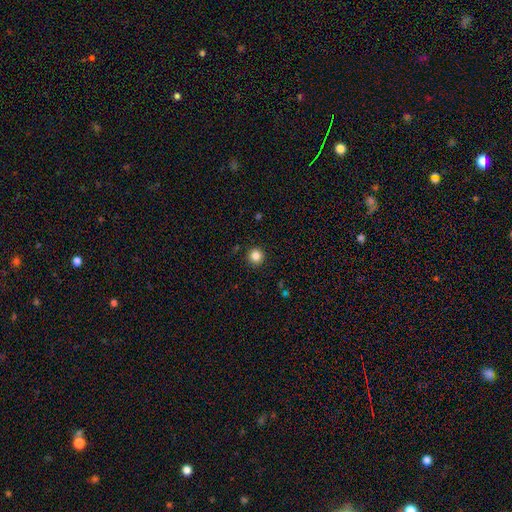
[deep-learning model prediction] A smooth galaxy with no disk features (84%) that is round (95%). Merging: none (92%).